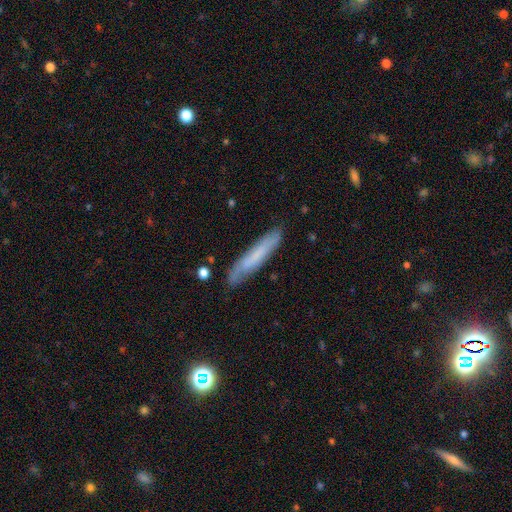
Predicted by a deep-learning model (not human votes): Smooth or featured? Predicted: smooth (p=0.57). How rounded? Predicted: cigar-shaped (p=0.90). Merging? Predicted: none (p=0.81).